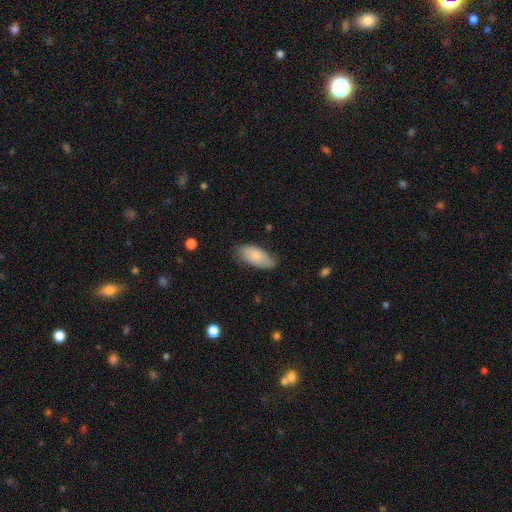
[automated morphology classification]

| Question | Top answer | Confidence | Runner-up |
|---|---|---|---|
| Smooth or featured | smooth | 80% | featured or disk (14%) |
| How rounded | in between | 91% | cigar-shaped (7%) |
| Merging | none | 72% | minor disturbance (23%) |